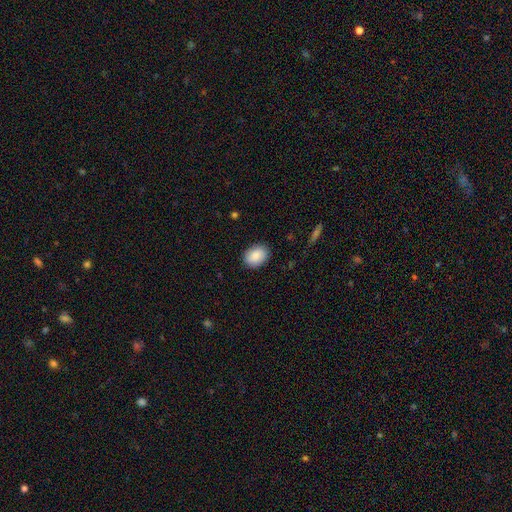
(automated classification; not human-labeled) Smooth or featured?
  - smooth: 88% *
  - star or artifact: 7%
  - featured or disk: 5%
How rounded?
  - in between: 70% *
  - round: 29%
  - cigar-shaped: 1%
Merging?
  - none: 87% *
  - minor disturbance: 9%
  - major disturbance: 2%
  - merger: 1%